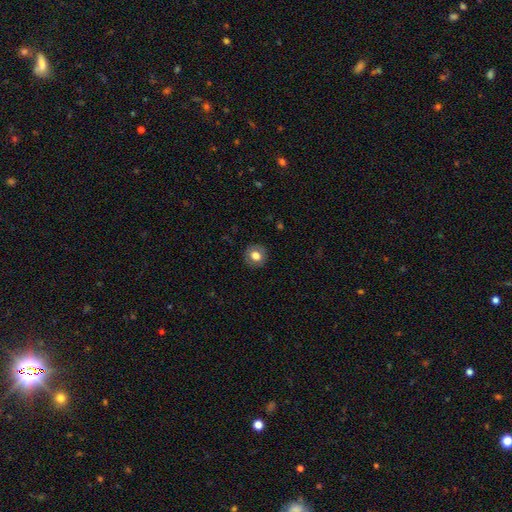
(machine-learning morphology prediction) Overall: smooth (75%). How rounded: round (88%). Merging: none (88%).